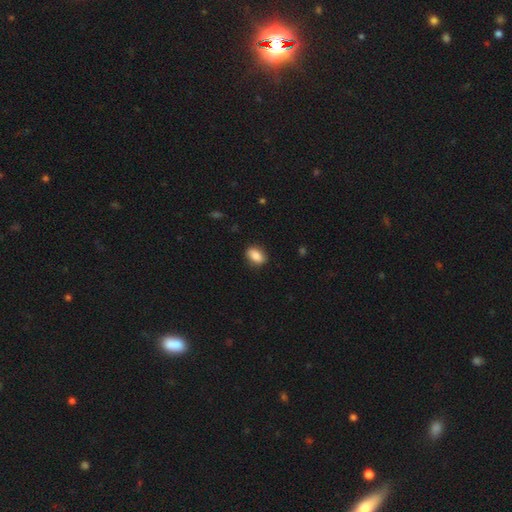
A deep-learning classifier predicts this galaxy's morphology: type=smooth (85%); roundness=in between (84%); merging=none (86%).